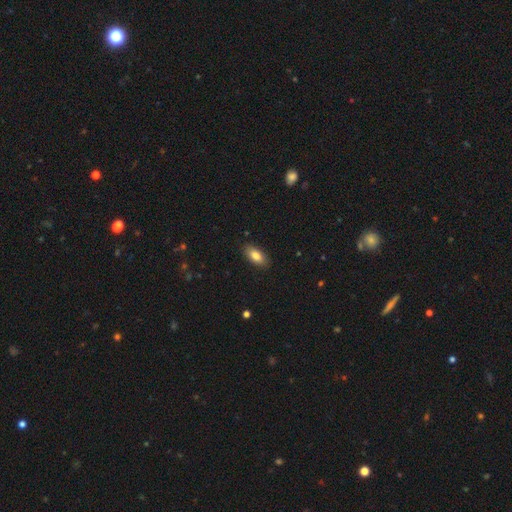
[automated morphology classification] This appears to be a smooth galaxy with no disk features (83%) that is in between round and cigar-shaped (90%). Merging: none (87%).